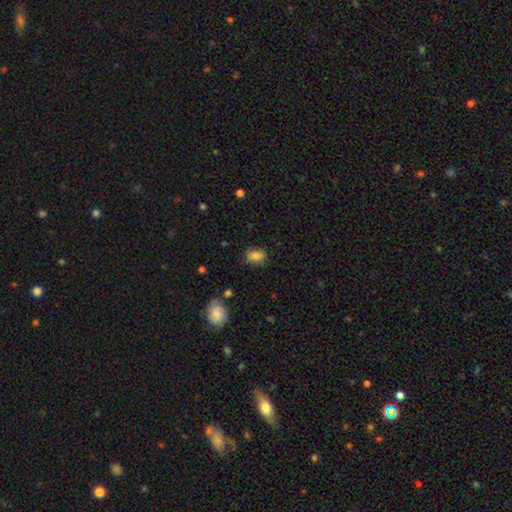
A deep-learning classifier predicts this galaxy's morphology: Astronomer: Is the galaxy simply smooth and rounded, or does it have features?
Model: smooth — 80%.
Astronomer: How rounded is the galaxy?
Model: in between — 75%.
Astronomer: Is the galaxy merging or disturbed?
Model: none — 71%.